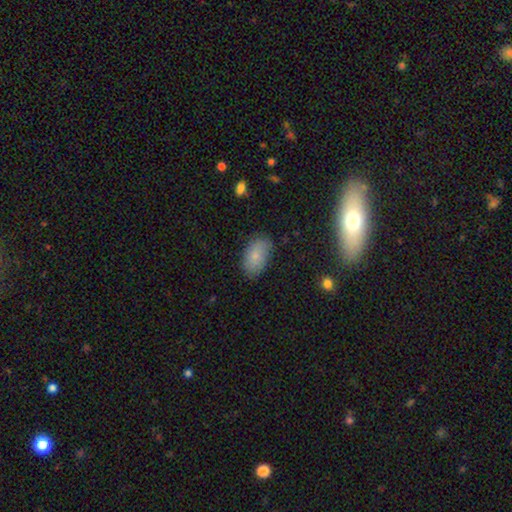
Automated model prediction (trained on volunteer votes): This appears to be a smooth galaxy with no disk features (79%) that is in between round and cigar-shaped (92%). Merging: none (80%).